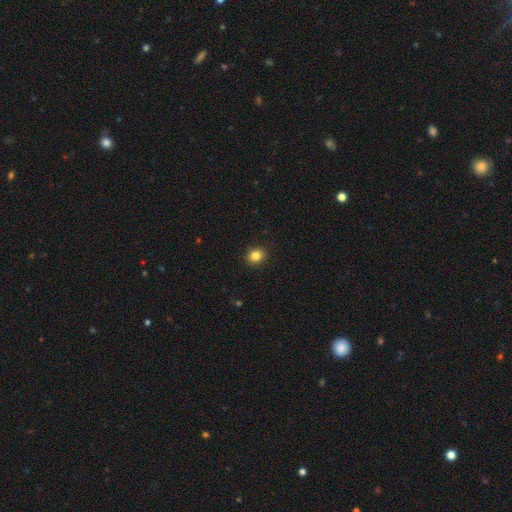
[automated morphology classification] Smooth or featured: smooth — 83% (star or artifact — 11%)
How rounded: round — 75% (in between — 24%)
Merging: none — 92% (minor disturbance — 6%)